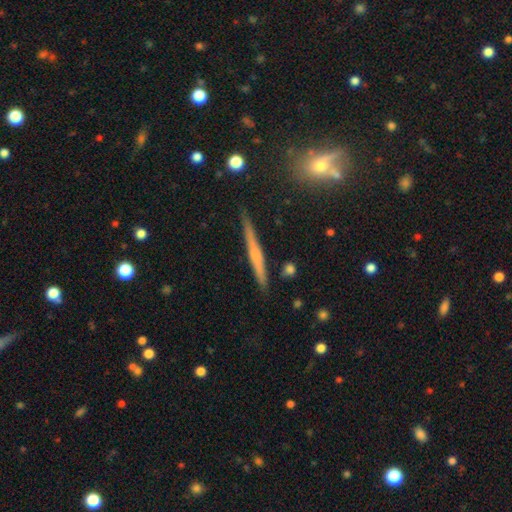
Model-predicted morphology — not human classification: A featured or disk galaxy (54%) viewed edge-on (97%) with no central bulge (55%). Merging: none (86%).